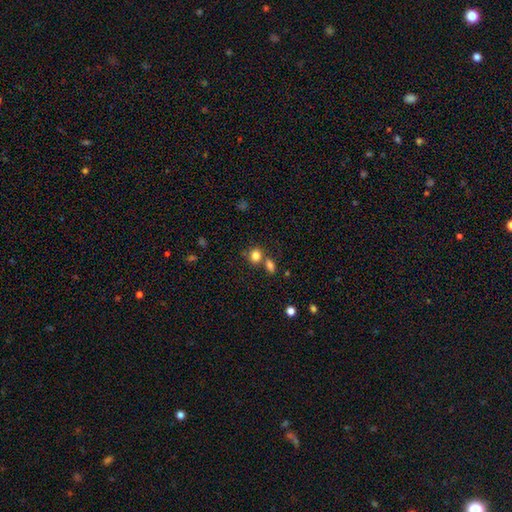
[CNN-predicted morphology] type=smooth (82%); roundness=round (74%); merging=none (58%).